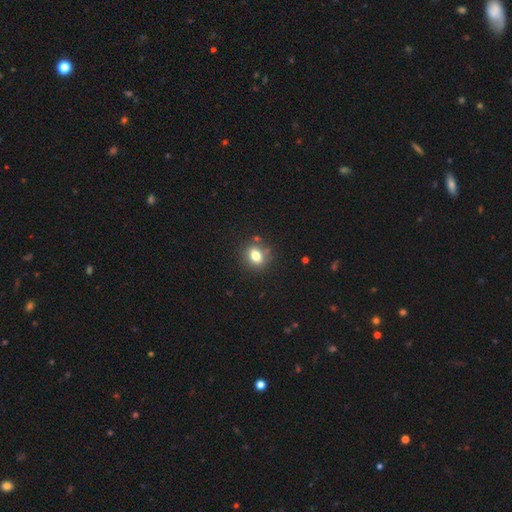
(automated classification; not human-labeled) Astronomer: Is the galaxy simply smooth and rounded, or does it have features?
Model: smooth — 76%.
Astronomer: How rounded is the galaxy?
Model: round — 50% (runner-up: in between, 48%).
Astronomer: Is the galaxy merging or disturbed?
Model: none — 80%.